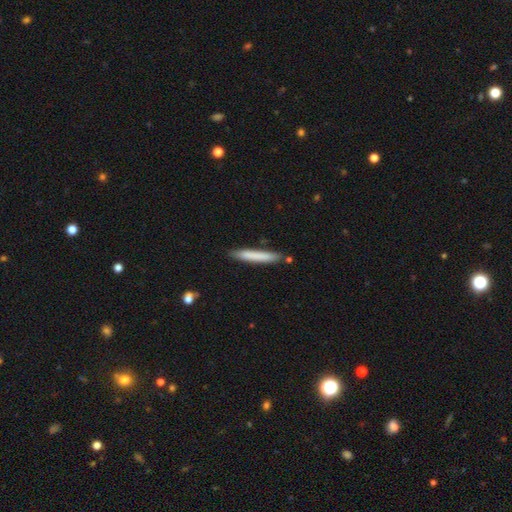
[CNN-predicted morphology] This appears to be a smooth galaxy with no disk features (77%) that is cigar-shaped (95%). Merging: none (83%).